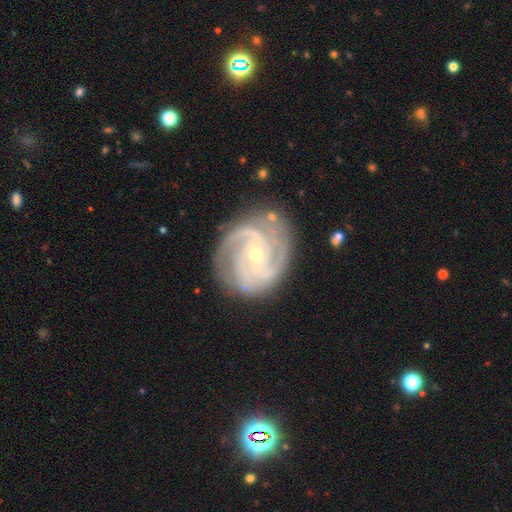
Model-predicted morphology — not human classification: A featured or disk galaxy (91%) with a weak bar (43%), 3 (34%, tied with 2) tight (57%) spiral arms (98%) and a small central bulge (69%). Merging: none (77%).